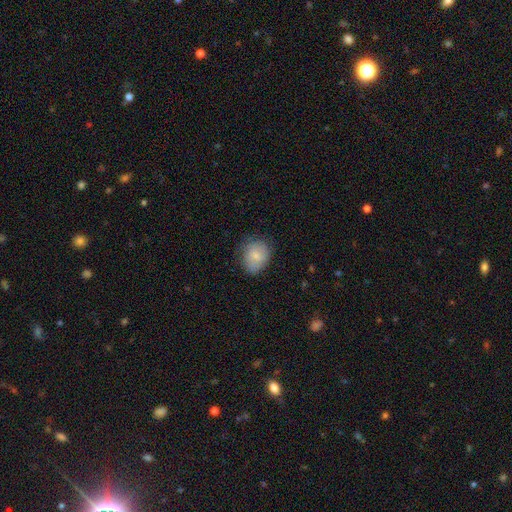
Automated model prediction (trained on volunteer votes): smooth 75%, featured or disk 18%, star or artifact 7%. Down the decision tree: how rounded — round (56%); merging — none (74%).